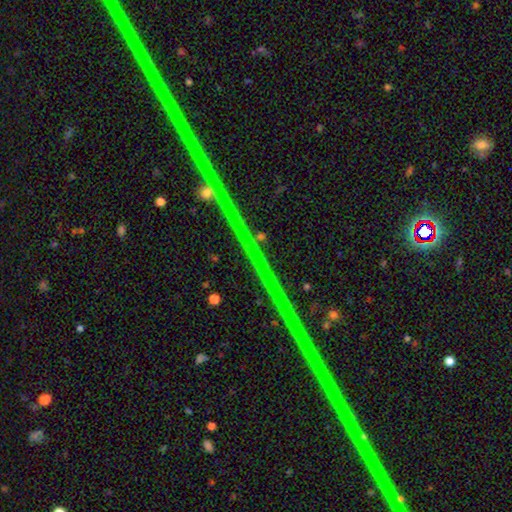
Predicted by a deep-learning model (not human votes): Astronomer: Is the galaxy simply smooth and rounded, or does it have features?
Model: star or artifact — 86%.